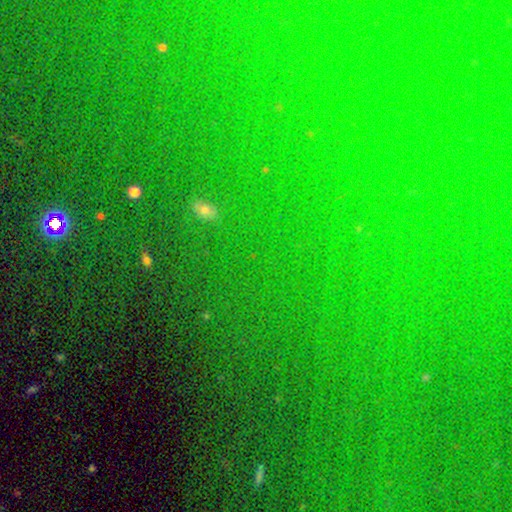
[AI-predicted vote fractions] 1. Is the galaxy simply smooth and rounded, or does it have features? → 79% star or artifact, 13% smooth, 8% featured or disk.